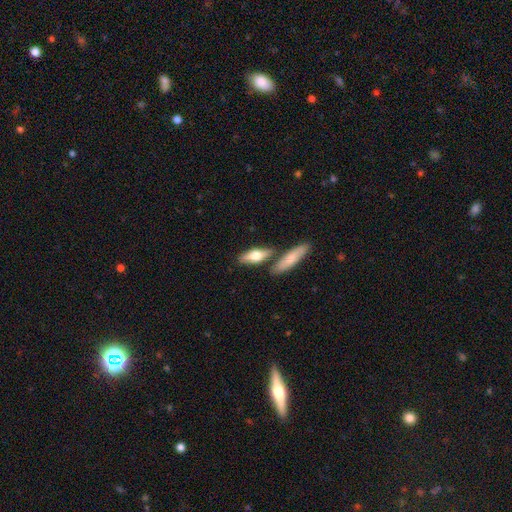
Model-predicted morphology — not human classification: Smooth or featured? Predicted: smooth (p=0.65). How rounded? Predicted: in between (p=0.58). Merging? Predicted: none (p=0.68).